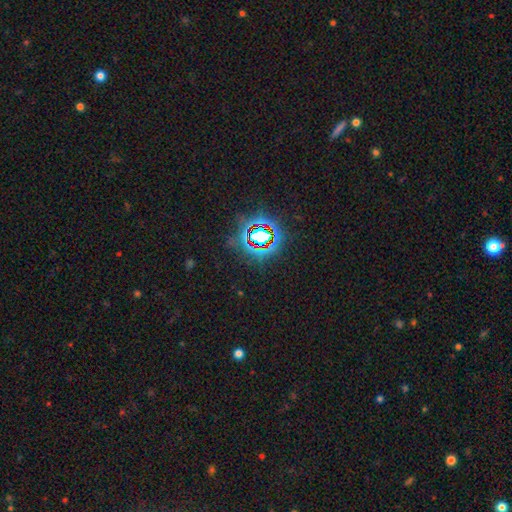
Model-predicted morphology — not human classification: Smooth or featured?
  - star or artifact: 70% *
  - smooth: 16%
  - featured or disk: 14%